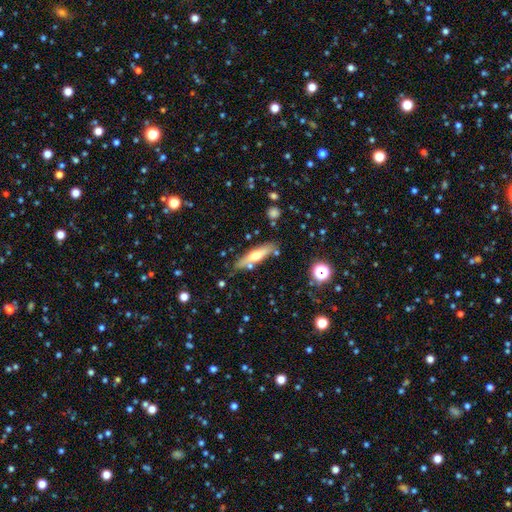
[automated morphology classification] Overall: featured or disk (47%; smooth 46%). Merging: none (77%).